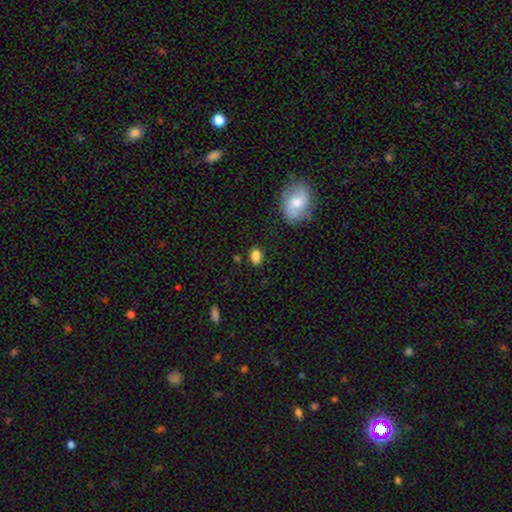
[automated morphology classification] type=smooth (84%); roundness=in between (75%); merging=none (79%).